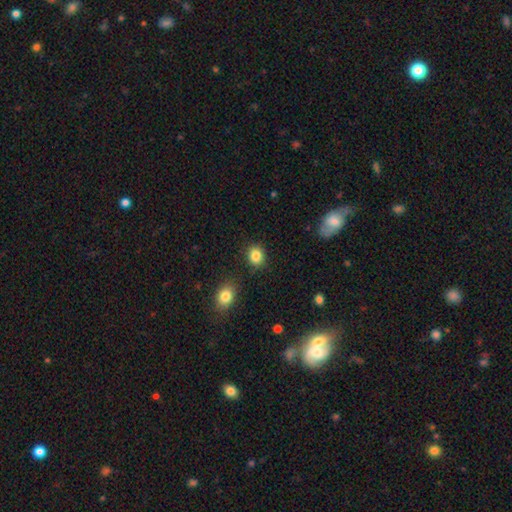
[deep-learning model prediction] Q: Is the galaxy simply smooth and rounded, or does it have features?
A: smooth — 86%.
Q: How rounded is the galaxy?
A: round — 63%.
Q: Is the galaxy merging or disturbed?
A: none — 86%.